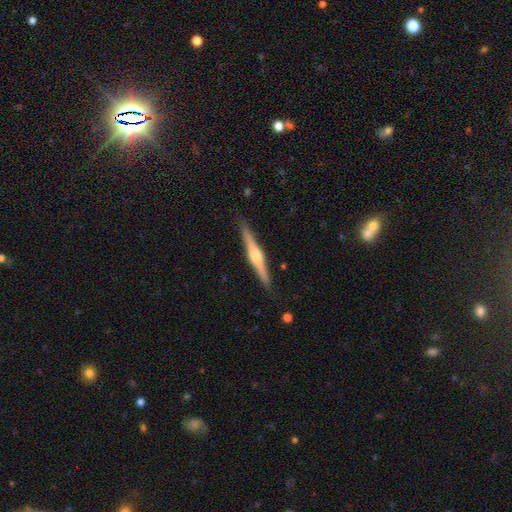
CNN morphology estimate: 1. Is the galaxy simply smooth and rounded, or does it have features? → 74% featured or disk, 21% smooth, 5% star or artifact.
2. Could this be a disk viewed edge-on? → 98% yes, 2% no.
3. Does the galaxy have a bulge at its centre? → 81% rounded, 14% boxy, 5% none.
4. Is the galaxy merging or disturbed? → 90% none, 7% minor disturbance, 2% major disturbance, 1% merger.